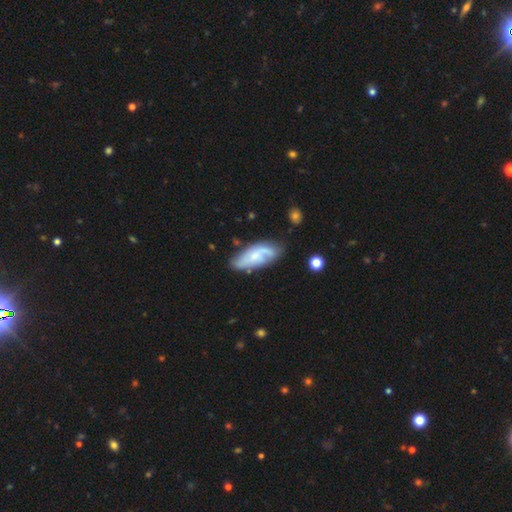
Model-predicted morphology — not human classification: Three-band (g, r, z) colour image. It shows a featured or disk galaxy (60%) with no bar (65%), spiral arms (86%) and a small central bulge (60%). Merging: none (62%).